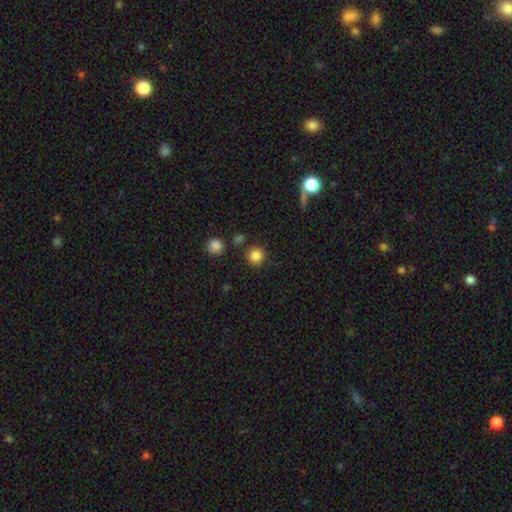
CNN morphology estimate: smooth 84%, star or artifact 12%, featured or disk 4%. Down the decision tree: how rounded — round (94%); merging — none (87%).